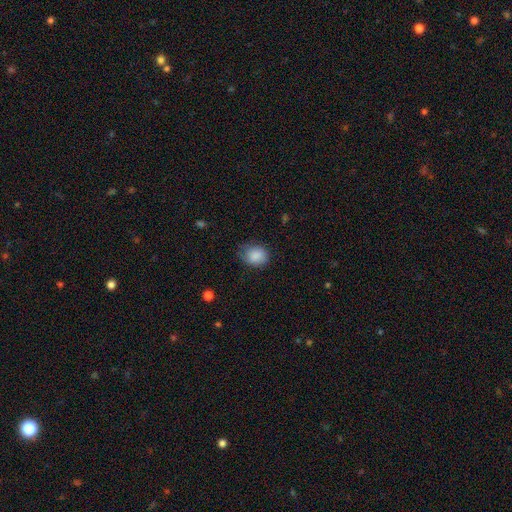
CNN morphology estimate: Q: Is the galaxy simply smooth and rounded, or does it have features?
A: smooth — 86%.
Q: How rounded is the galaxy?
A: round — 51%.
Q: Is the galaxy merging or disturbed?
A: none — 64%.